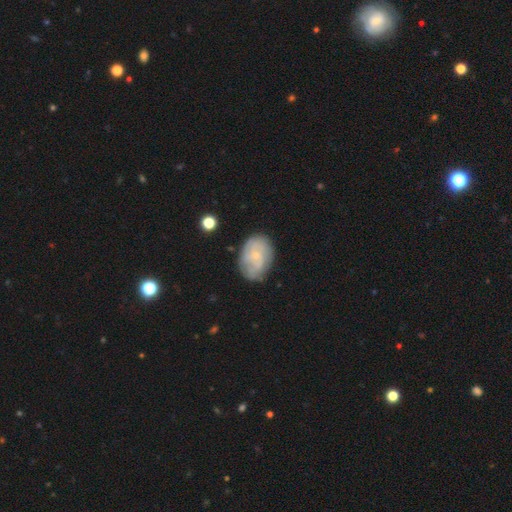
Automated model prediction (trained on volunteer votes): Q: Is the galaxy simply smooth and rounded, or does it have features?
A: featured or disk — 60%.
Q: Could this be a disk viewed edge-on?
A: no — 97%.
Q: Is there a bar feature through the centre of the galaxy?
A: no — 71%.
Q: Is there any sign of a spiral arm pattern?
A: yes — 80%.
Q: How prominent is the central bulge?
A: small — 77%.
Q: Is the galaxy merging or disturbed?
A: none — 74%.